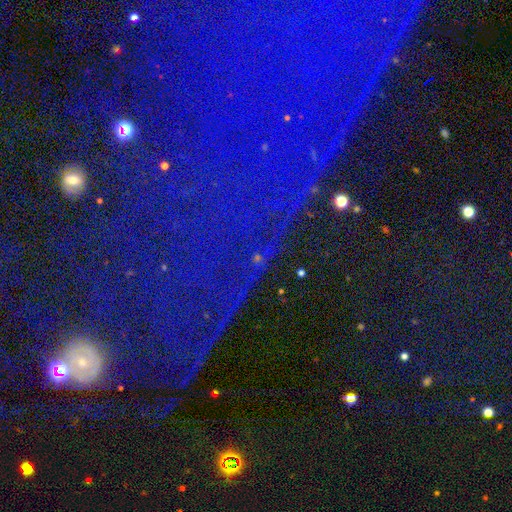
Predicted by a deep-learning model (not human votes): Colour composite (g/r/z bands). It shows a star or artifact, not a galaxy (82%).